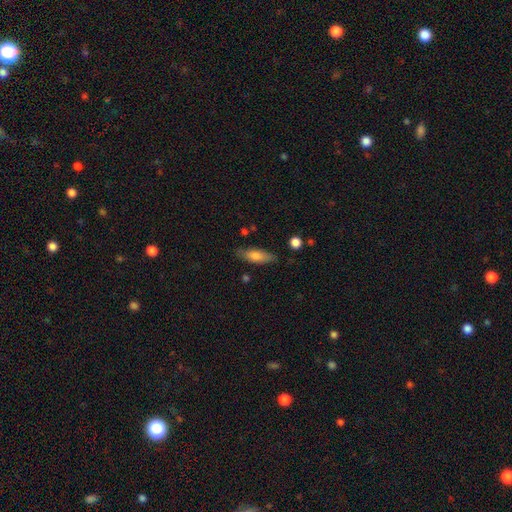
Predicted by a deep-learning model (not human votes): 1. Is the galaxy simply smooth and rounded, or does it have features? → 73% smooth, 21% featured or disk, 7% star or artifact.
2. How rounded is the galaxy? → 53% in between, 45% cigar-shaped, 2% round.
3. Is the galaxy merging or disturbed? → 79% none, 15% minor disturbance, 3% major disturbance, 2% merger.